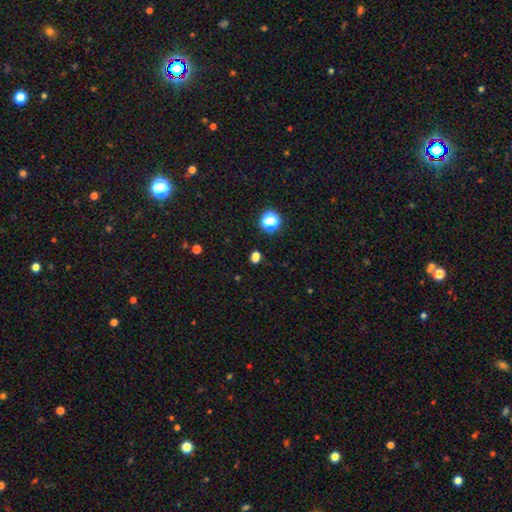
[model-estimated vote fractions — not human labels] Overall: smooth (67%; star or artifact 28%). How rounded: round (51%; in between 47%). Merging: none (85%).